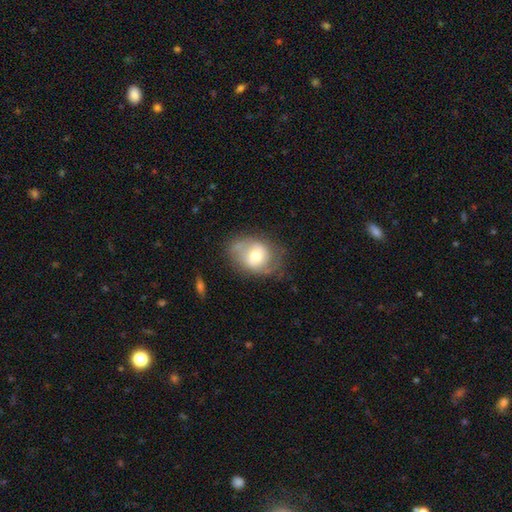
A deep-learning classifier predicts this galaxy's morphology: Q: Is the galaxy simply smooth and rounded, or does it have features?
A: smooth — 51%.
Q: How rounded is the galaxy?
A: in between — 57%.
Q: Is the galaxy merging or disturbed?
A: none — 54%.